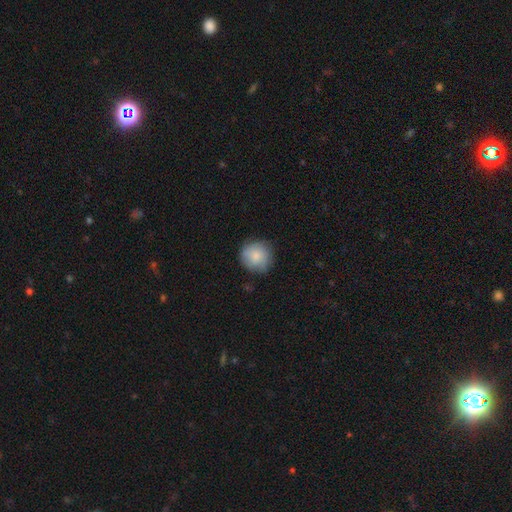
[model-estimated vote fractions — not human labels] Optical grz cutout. It shows a smooth galaxy with no disk features (84%) that is round (93%). Merging: none (78%).